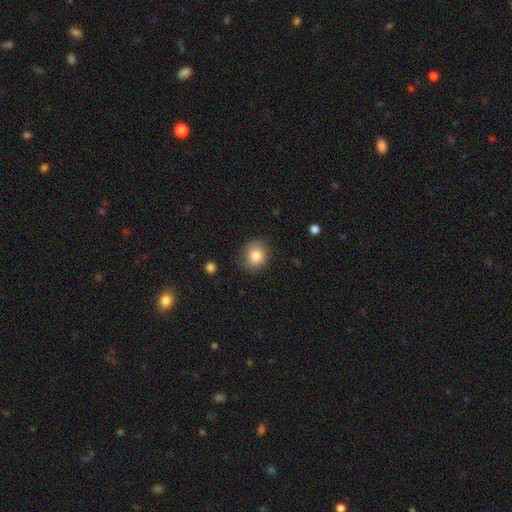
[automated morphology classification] Overall: smooth (83%). How rounded: round (71%). Merging: none (75%).